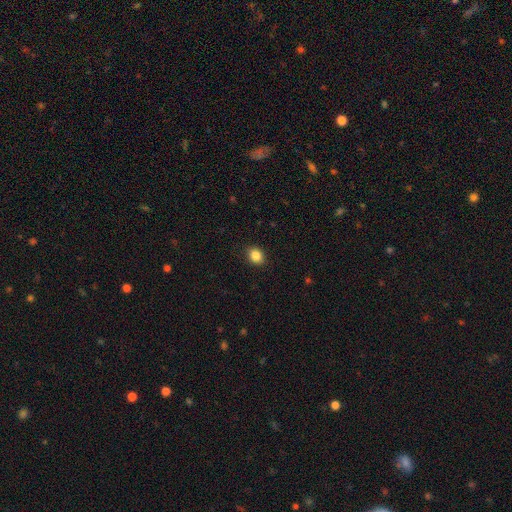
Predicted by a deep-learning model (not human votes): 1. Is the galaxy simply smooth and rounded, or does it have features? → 85% smooth, 10% star or artifact, 5% featured or disk.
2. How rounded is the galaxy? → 50% round, 49% in between, 1% cigar-shaped.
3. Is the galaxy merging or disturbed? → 90% none, 7% minor disturbance, 2% major disturbance, 1% merger.